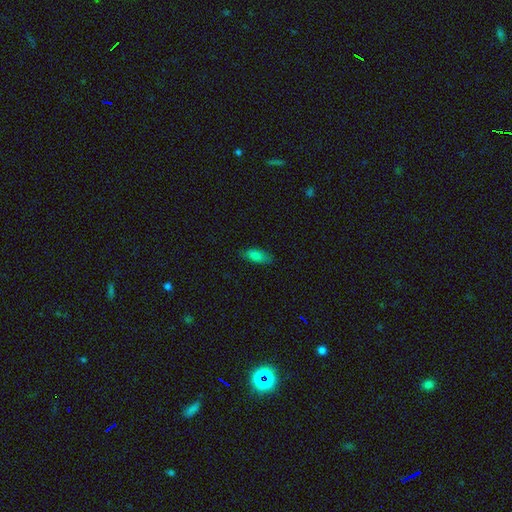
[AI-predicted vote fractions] This is clearly a smooth galaxy (83%). How rounded: likely in between (79%). Merging: likely none (79%).